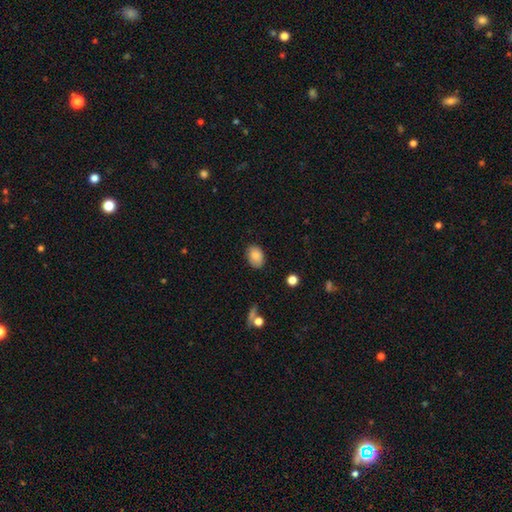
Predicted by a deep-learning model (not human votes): smooth_or_featured: smooth (p=0.86) [alt: star or artifact p=0.08]
how_rounded: in between (p=0.83) [alt: round p=0.16]
merging: none (p=0.83) [alt: minor disturbance p=0.13]